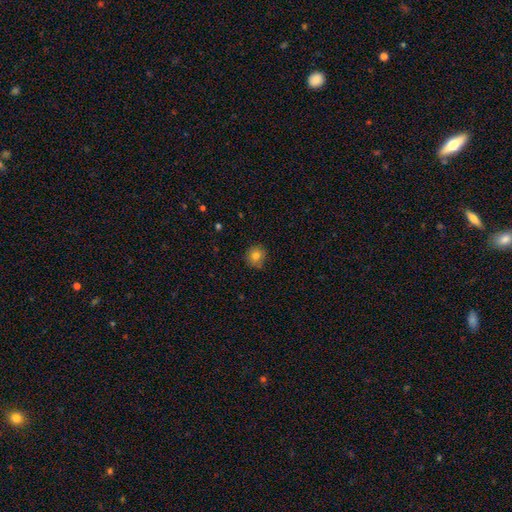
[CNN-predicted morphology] A smooth galaxy with no disk features (79%) that is round (89%).

Vote fractions:
- Smooth or featured? smooth: 79% / star or artifact: 11% / featured or disk: 10%
- How rounded? round: 89% / in between: 10% / cigar-shaped: 1%
- Merging? none: 81% / minor disturbance: 15% / major disturbance: 3% / merger: 1%